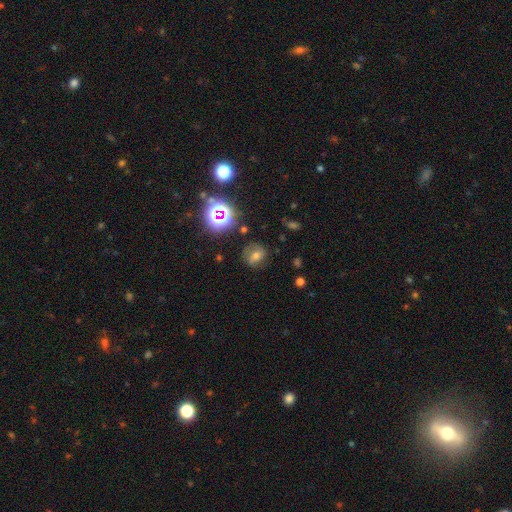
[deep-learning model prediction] Morphology: type=smooth (43%); merging=none (71%).